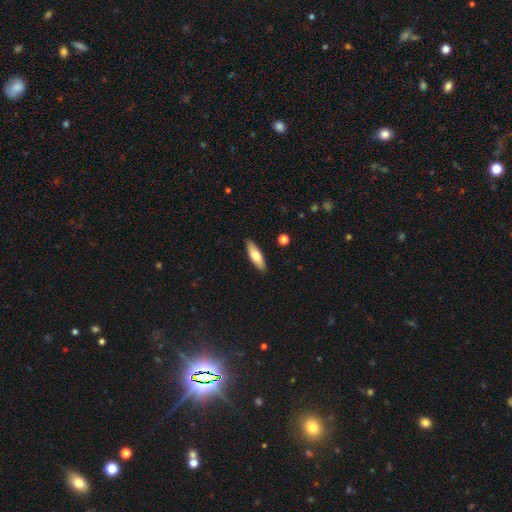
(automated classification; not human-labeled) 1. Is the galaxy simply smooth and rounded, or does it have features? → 62% smooth, 32% featured or disk, 6% star or artifact.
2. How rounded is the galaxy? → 51% in between, 47% cigar-shaped, 2% round.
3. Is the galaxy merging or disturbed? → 89% none, 8% minor disturbance, 2% major disturbance, 1% merger.